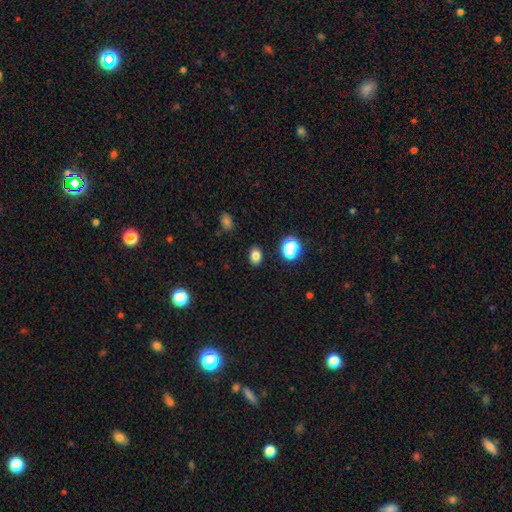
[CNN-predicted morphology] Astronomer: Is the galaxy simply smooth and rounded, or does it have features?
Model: smooth — 80%.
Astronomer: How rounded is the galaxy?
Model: in between — 70%.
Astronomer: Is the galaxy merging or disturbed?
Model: none — 88%.